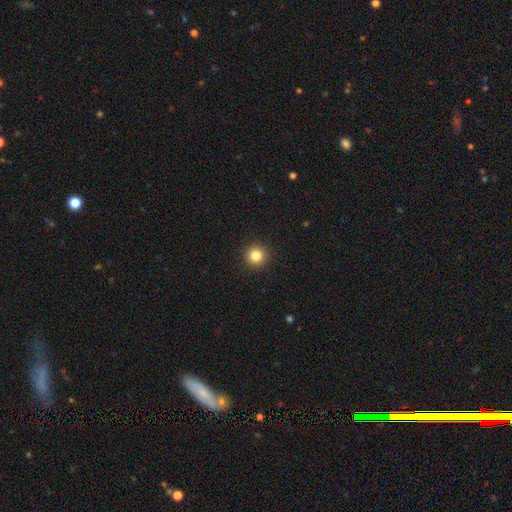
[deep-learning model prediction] smooth-or-featured: smooth: 84% | star or artifact: 11% | featured or disk: 5%
  how-rounded: round: 96% | in between: 3% | cigar-shaped: 1%
  merging: none: 93% | minor disturbance: 4% | major disturbance: 2% | merger: 1%